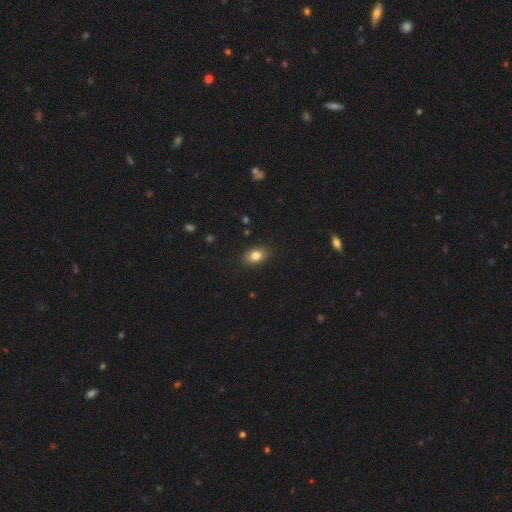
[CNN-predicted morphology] Smooth or featured?
  - smooth: 84% *
  - star or artifact: 9%
  - featured or disk: 7%
How rounded?
  - in between: 80% *
  - round: 19%
  - cigar-shaped: 1%
Merging?
  - none: 88% *
  - minor disturbance: 9%
  - major disturbance: 2%
  - merger: 1%